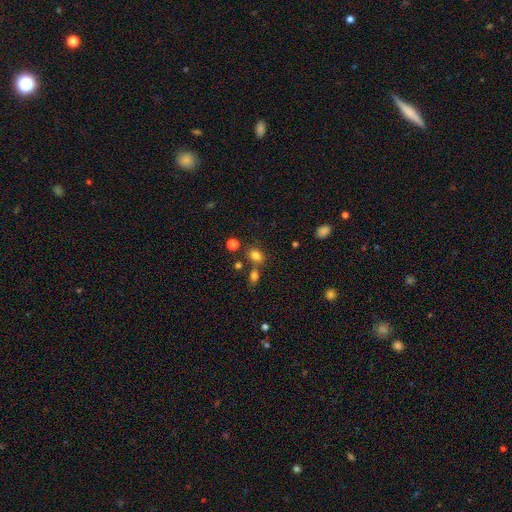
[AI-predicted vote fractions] smooth_or_featured: smooth (p=0.79) [alt: star or artifact p=0.14]
how_rounded: in between (p=0.61) [alt: round p=0.38]
merging: none (p=0.65) [alt: merger p=0.19]